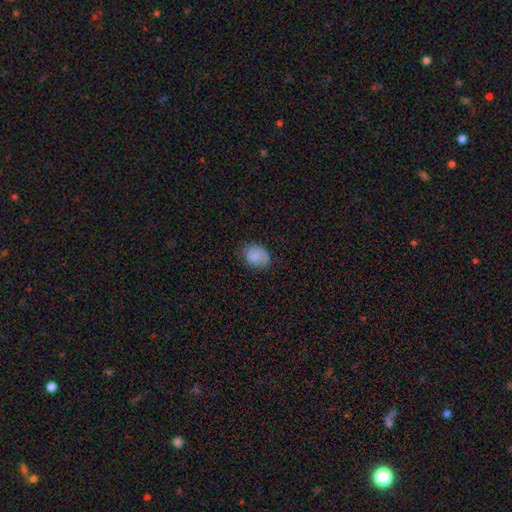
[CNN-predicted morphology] smooth 84%, star or artifact 8%, featured or disk 8%. Down the decision tree: how rounded — in between (61%); merging — none (70%).